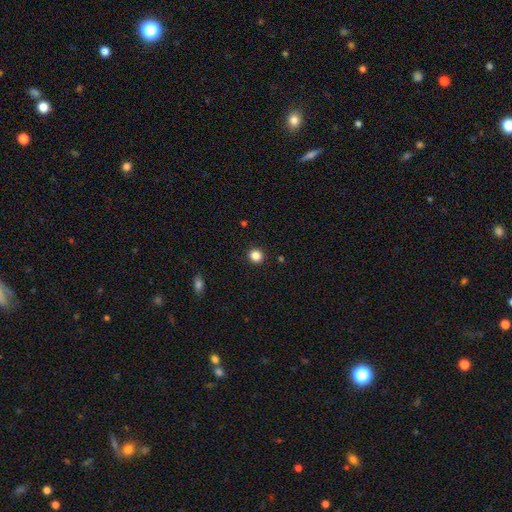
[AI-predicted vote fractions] Morphology: type=smooth (85%); roundness=round (88%); merging=none (92%).